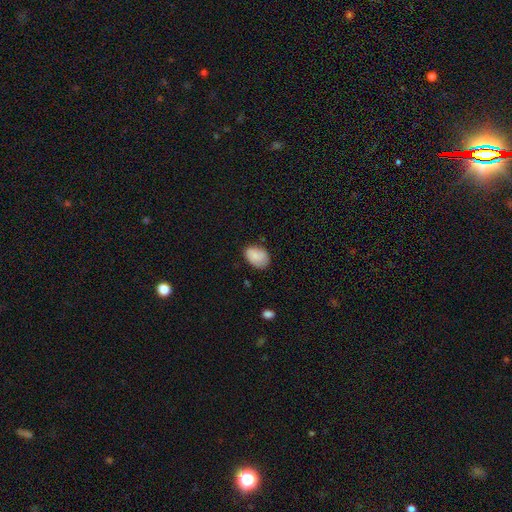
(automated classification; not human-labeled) Smooth or featured?
  - smooth: 73% *
  - featured or disk: 19%
  - star or artifact: 8%
How rounded?
  - in between: 81% *
  - round: 18%
  - cigar-shaped: 1%
Merging?
  - none: 69% *
  - minor disturbance: 25%
  - major disturbance: 5%
  - merger: 2%